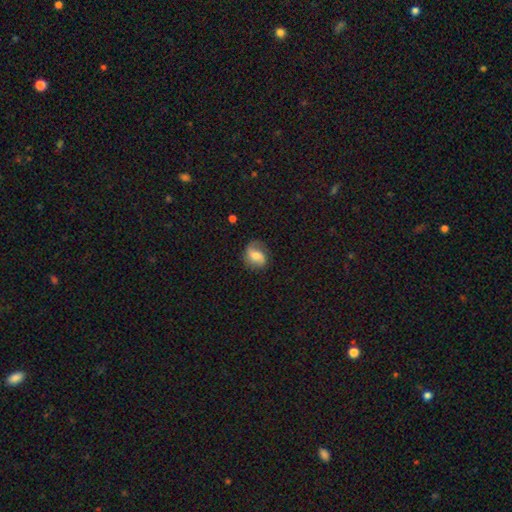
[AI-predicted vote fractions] Smooth or featured?
  - featured or disk: 50% *
  - smooth: 42%
  - star or artifact: 8%
Merging?
  - none: 65% *
  - minor disturbance: 23%
  - major disturbance: 10%
  - merger: 2%